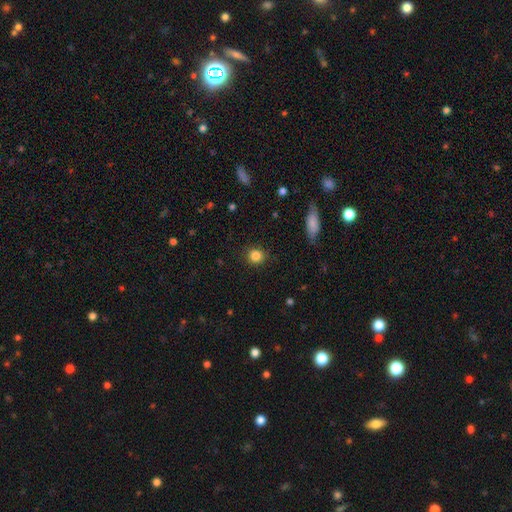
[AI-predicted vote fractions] The model was most divided on "how rounded": round: 86%, in between: 13%, cigar-shaped: 1%. More confident: merging — none (88%); smooth or featured — smooth (84%).